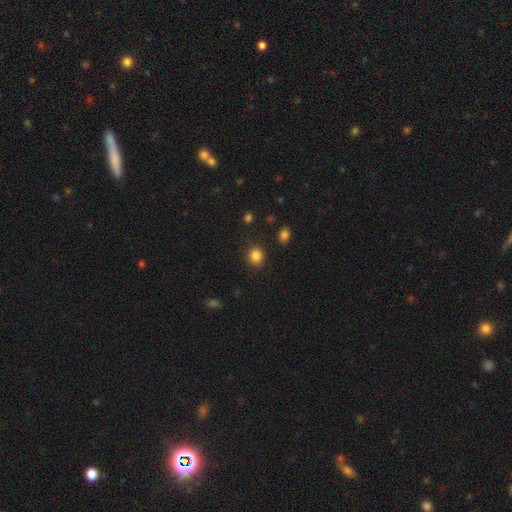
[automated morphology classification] Smooth or featured: smooth — 85% (star or artifact — 11%)
How rounded: round — 68% (in between — 31%)
Merging: none — 87% (minor disturbance — 8%)